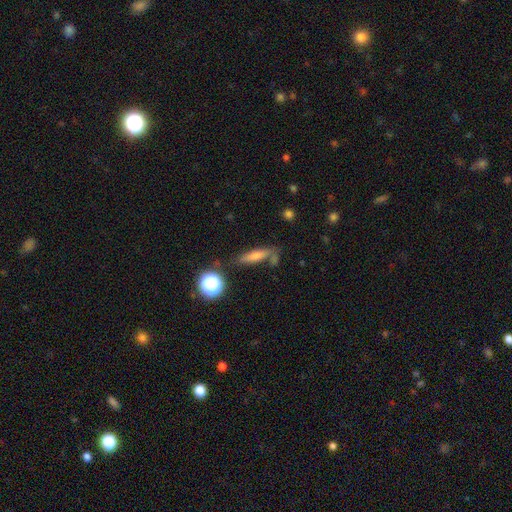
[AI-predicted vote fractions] Smooth or featured? smooth (61%)
How rounded? cigar-shaped (70%)
Merging? none (68%)